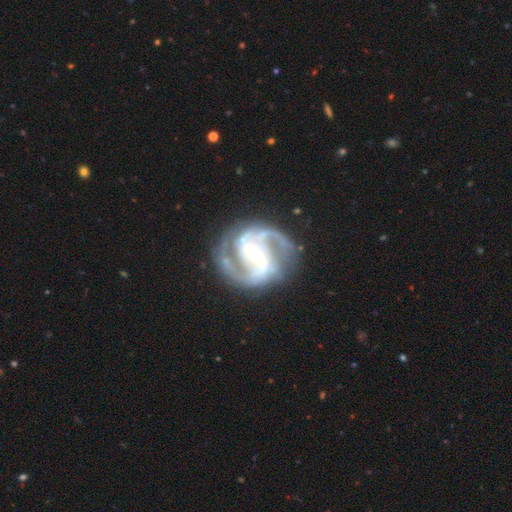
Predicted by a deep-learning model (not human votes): Morphology: type=featured or disk (93%); edge-on=no (98%); bar=strong (56%); spiral arms=yes (98%); winding=medium (57%); arm count=2 (71%); bulge=small (50%); merging=none (76%).